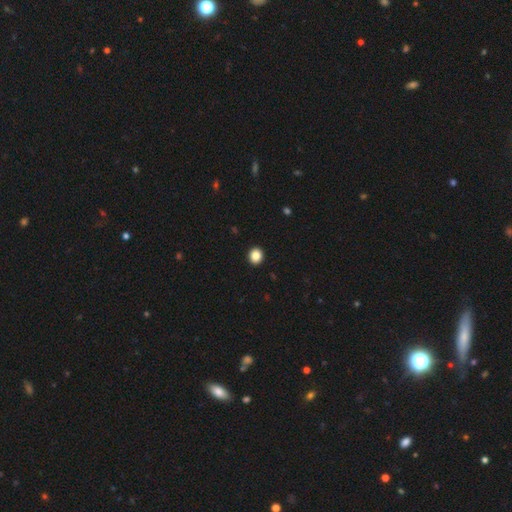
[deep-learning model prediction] A smooth galaxy with no disk features (86%) that is round (77%). Merging: none (93%).